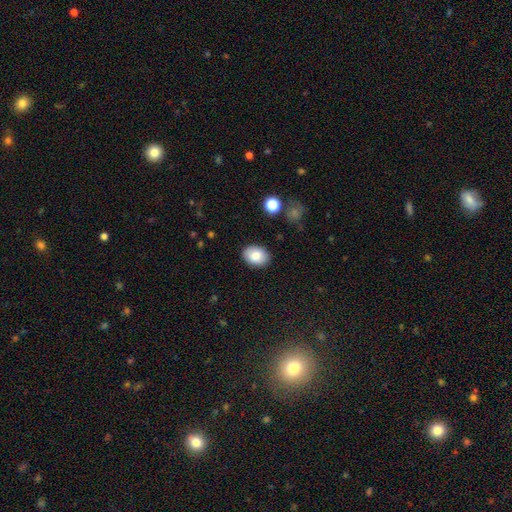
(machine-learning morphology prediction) smooth-or-featured: smooth: 84% | featured or disk: 8% | star or artifact: 8%
  how-rounded: in between: 73% | round: 26% | cigar-shaped: 1%
  merging: none: 88% | minor disturbance: 8% | major disturbance: 2% | merger: 1%